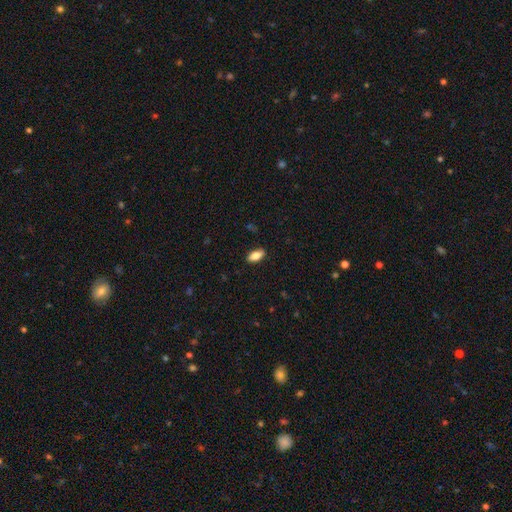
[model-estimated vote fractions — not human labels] Smooth or featured? smooth (81%)
How rounded? in between (87%)
Merging? none (87%)